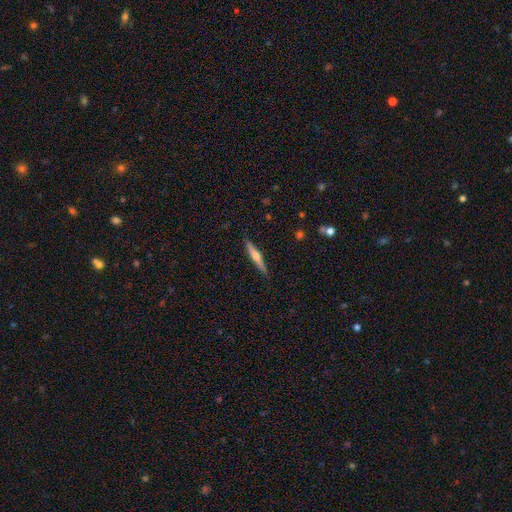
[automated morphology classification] The model was most divided on "smooth or featured": featured or disk: 61%, smooth: 33%, star or artifact: 6%. More confident: edge-on disk — yes (97%); merging — none (89%); edge-on bulge — rounded (86%).